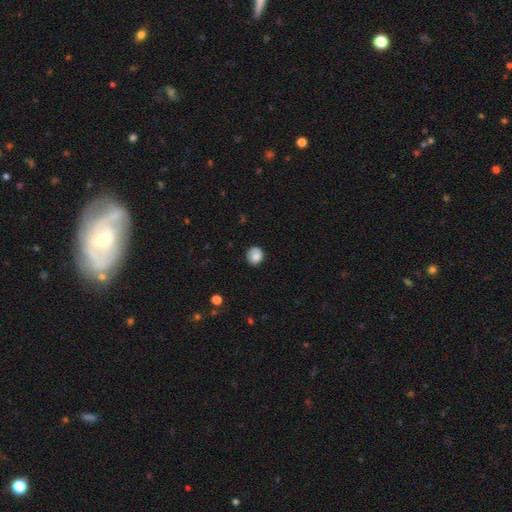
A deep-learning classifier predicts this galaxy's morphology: smooth-or-featured: smooth: 85% | star or artifact: 9% | featured or disk: 6%
  how-rounded: round: 81% | in between: 18% | cigar-shaped: 1%
  merging: none: 81% | minor disturbance: 15% | major disturbance: 3% | merger: 1%